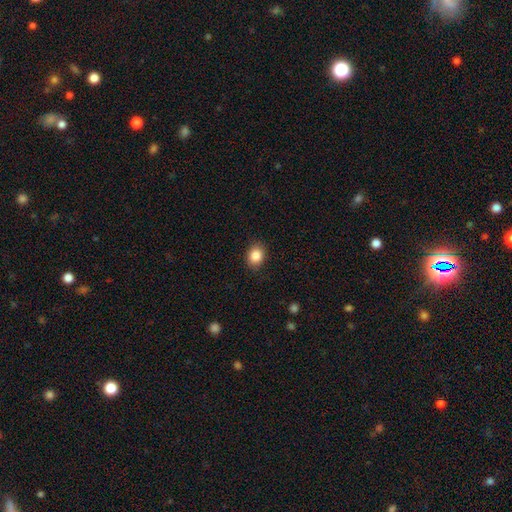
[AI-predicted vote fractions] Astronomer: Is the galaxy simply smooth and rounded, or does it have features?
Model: smooth — 85%.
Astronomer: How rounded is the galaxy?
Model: round — 52% (runner-up: in between, 47%).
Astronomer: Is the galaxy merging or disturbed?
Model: none — 88%.